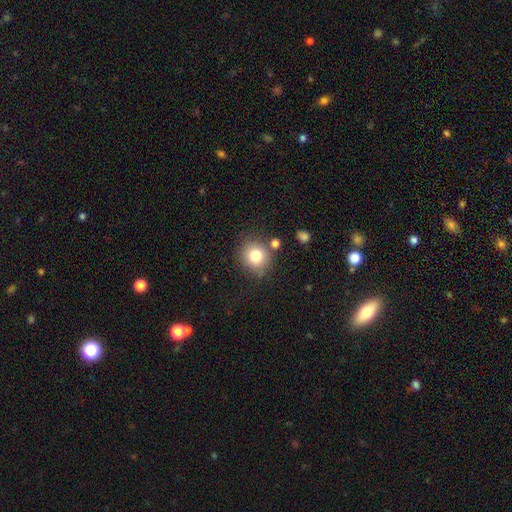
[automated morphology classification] Overall: smooth (79%). How rounded: round (83%). Merging: none (76%).